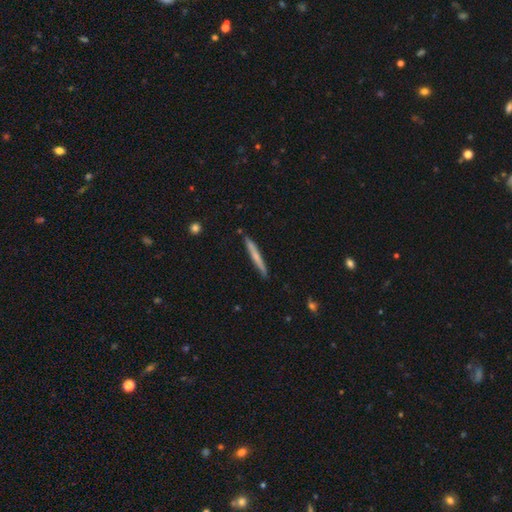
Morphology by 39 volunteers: Smooth or featured: smooth — 51% (featured or disk — 49%)
How rounded: cigar-shaped — 100%
Merging: none — 85% (minor disturbance — 15%)